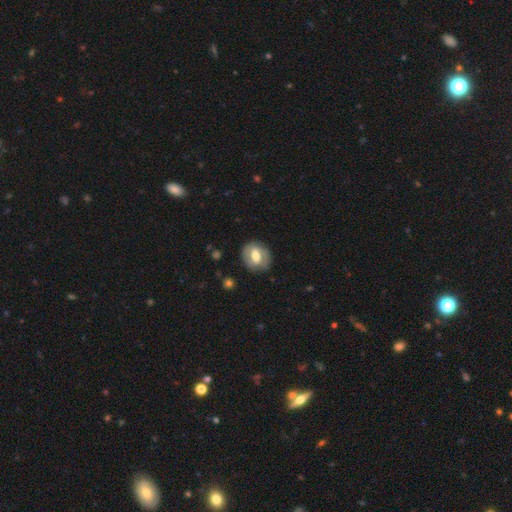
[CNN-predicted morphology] A smooth galaxy with no disk features (49%). Merging: none (80%).